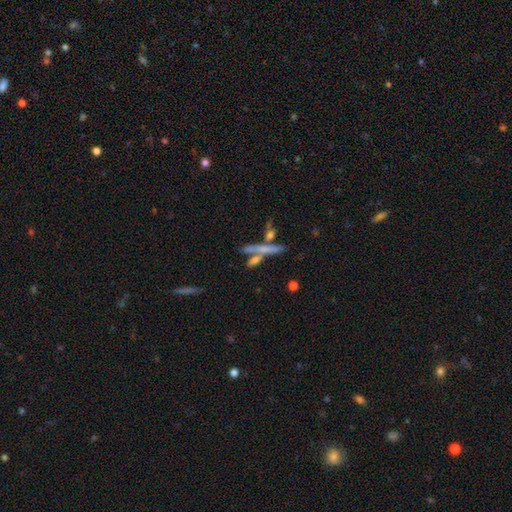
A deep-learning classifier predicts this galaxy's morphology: This appears to be a smooth galaxy with no disk features (55%) that is cigar-shaped (81%). Merging: none (56%).